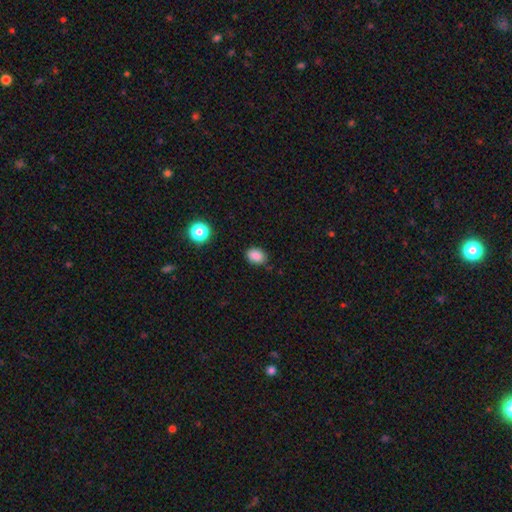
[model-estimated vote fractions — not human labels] Smooth or featured?
  - smooth: 86% *
  - star or artifact: 10%
  - featured or disk: 3%
How rounded?
  - in between: 69% *
  - round: 30%
  - cigar-shaped: 1%
Merging?
  - none: 81% *
  - minor disturbance: 14%
  - major disturbance: 3%
  - merger: 2%